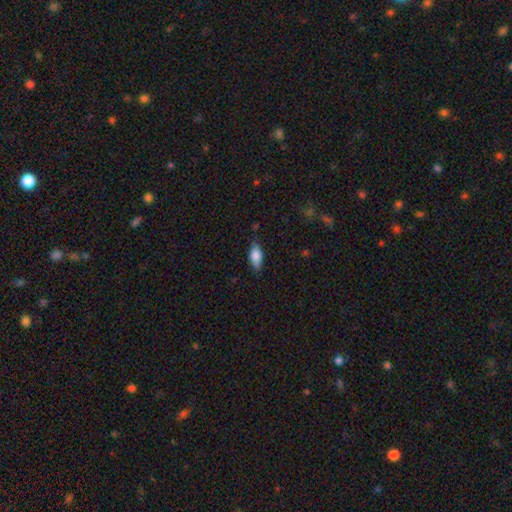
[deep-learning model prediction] Q: Smooth or featured?
A: smooth (79%); runner-up: featured or disk (15%)
Q: How rounded?
A: in between (83%); runner-up: cigar-shaped (14%)
Q: Merging?
A: none (81%); runner-up: minor disturbance (15%)